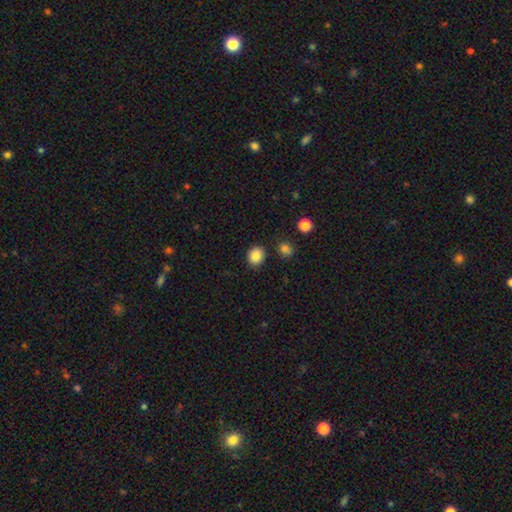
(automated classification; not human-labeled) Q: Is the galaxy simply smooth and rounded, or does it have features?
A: smooth — 87%.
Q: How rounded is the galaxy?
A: round — 75%.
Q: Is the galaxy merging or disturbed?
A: none — 85%.